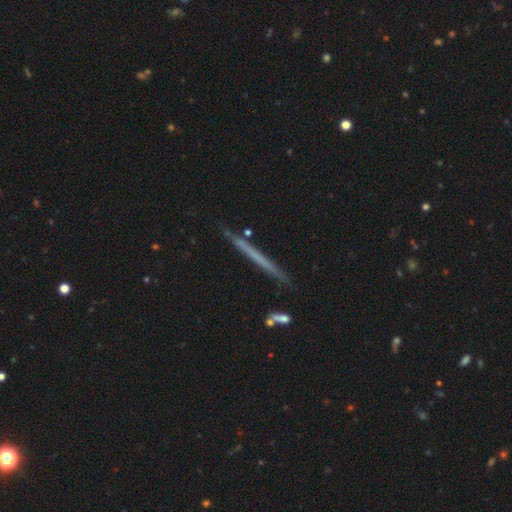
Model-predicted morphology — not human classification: This is possibly a featured or disk galaxy (50%). It is clearly viewed edge-on (96%). Merging: clearly none (86%).